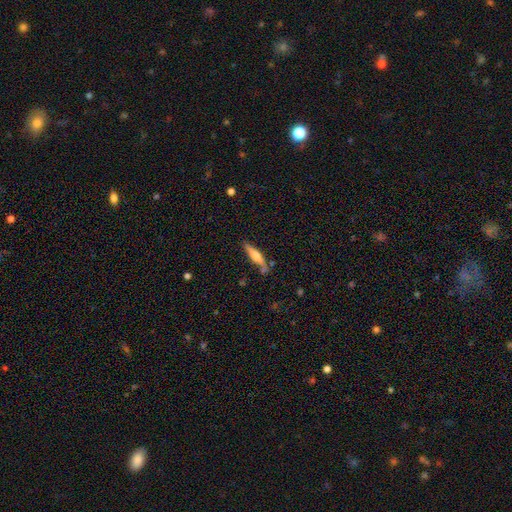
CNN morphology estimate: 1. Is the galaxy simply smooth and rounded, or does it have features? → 47% smooth (tied), 47% featured or disk (tied), 6% star or artifact.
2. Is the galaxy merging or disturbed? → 73% none, 16% minor disturbance, 7% merger, 4% major disturbance.